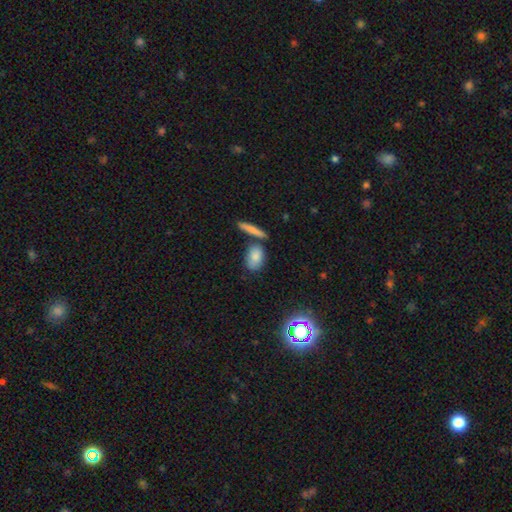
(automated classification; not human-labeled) This appears to be a smooth galaxy with no disk features (77%) that is in between round and cigar-shaped (76%). Merging: none (64%).